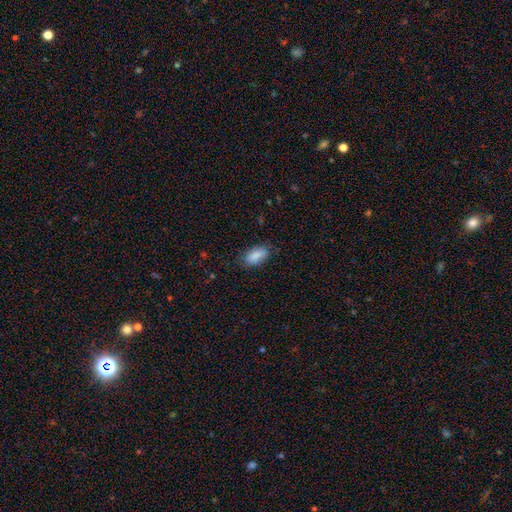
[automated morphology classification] Smooth or featured?
  - smooth: 87% *
  - star or artifact: 7%
  - featured or disk: 6%
How rounded?
  - in between: 91% *
  - cigar-shaped: 5%
  - round: 4%
Merging?
  - none: 77% *
  - minor disturbance: 18%
  - major disturbance: 4%
  - merger: 1%